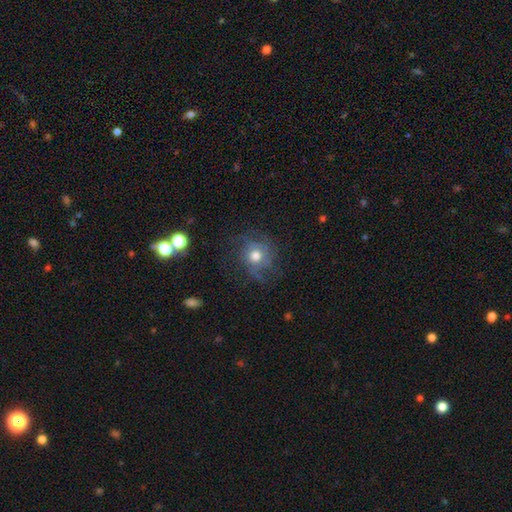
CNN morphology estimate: The model was most divided on "smooth or featured": featured or disk: 45%, smooth: 41%, star or artifact: 14%. More confident: merging — none (64%).